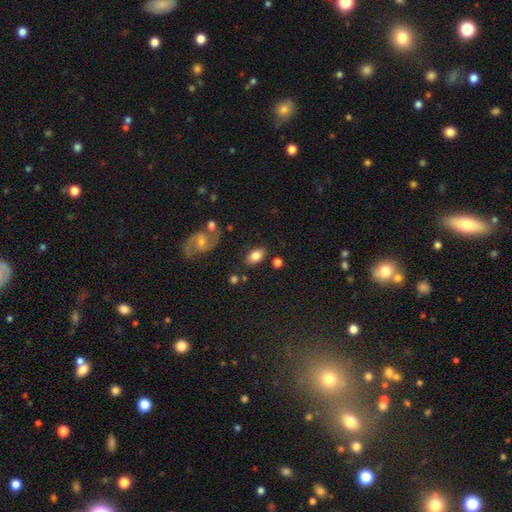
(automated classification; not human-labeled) Smooth or featured? Predicted: smooth (p=0.77). How rounded? Predicted: in between (p=0.91). Merging? Predicted: none (p=0.79).